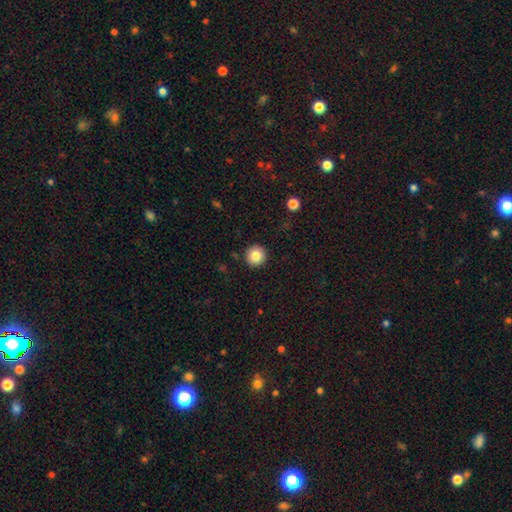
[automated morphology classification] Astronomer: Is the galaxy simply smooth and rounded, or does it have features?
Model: smooth — 84%.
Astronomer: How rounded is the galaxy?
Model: round — 96%.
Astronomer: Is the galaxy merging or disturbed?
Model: none — 93%.